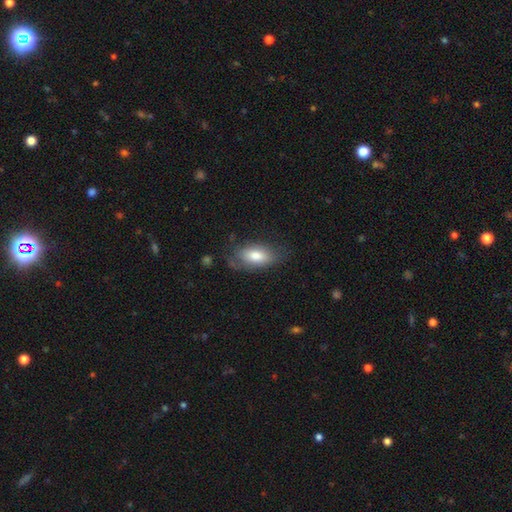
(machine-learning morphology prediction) smooth-or-featured: smooth: 74% | featured or disk: 19% | star or artifact: 7%
  how-rounded: in between: 89% | cigar-shaped: 7% | round: 4%
  merging: none: 64% | minor disturbance: 25% | major disturbance: 9% | merger: 2%